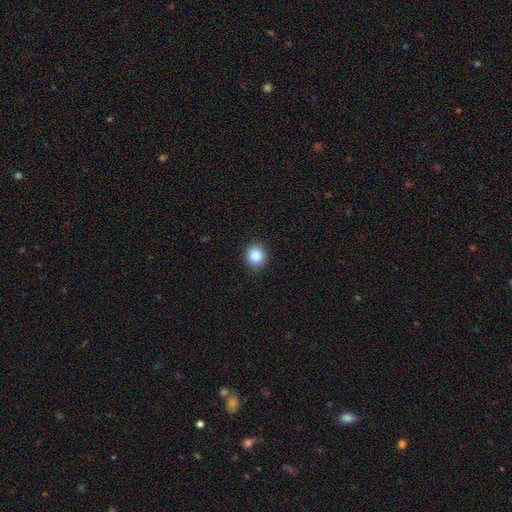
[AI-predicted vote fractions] smooth 86%, star or artifact 9%, featured or disk 4%. Down the decision tree: how rounded — round (80%); merging — none (90%).